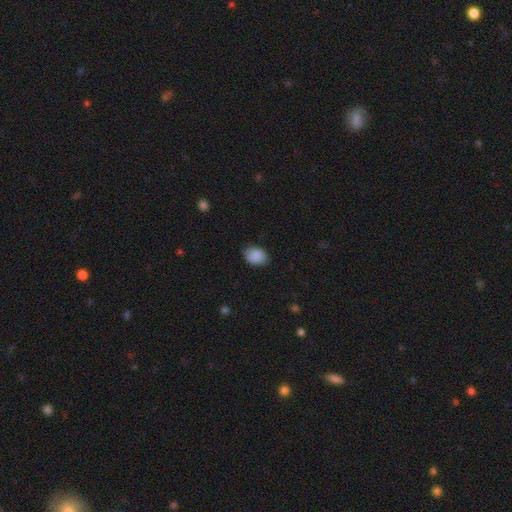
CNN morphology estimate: Smooth or featured: smooth — 89% (star or artifact — 7%)
How rounded: in between — 75% (round — 24%)
Merging: none — 83% (minor disturbance — 13%)